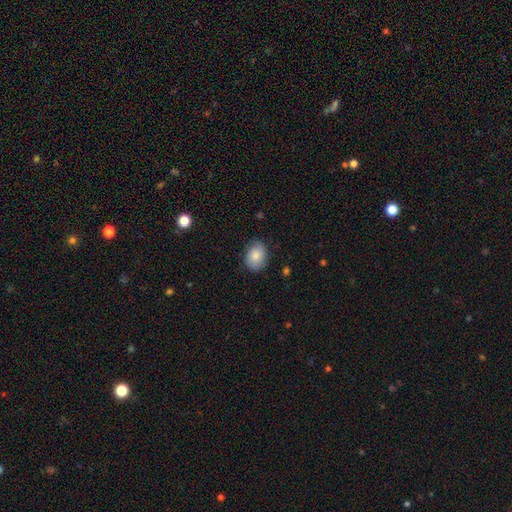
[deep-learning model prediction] smooth 80%, featured or disk 12%, star or artifact 7%. Down the decision tree: how rounded — in between (60%); merging — none (80%).